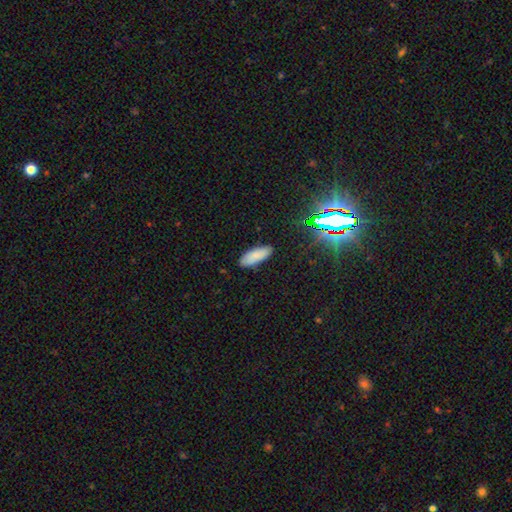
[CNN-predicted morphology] A smooth galaxy with no disk features (81%) that is in between round and cigar-shaped (71%). Merging: none (85%).